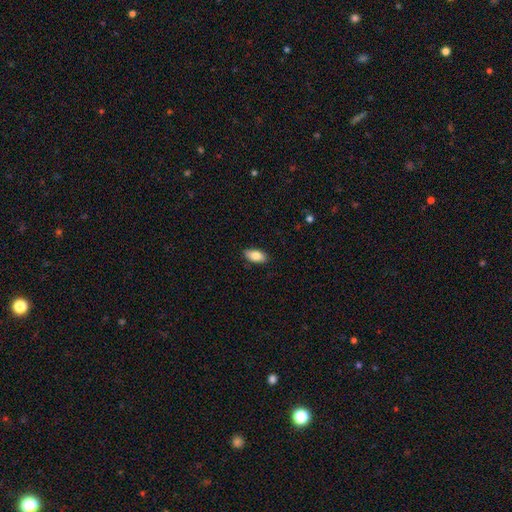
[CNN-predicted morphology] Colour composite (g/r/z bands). It shows a smooth galaxy with no disk features (82%) that is in between round and cigar-shaped (91%). Merging: none (88%).